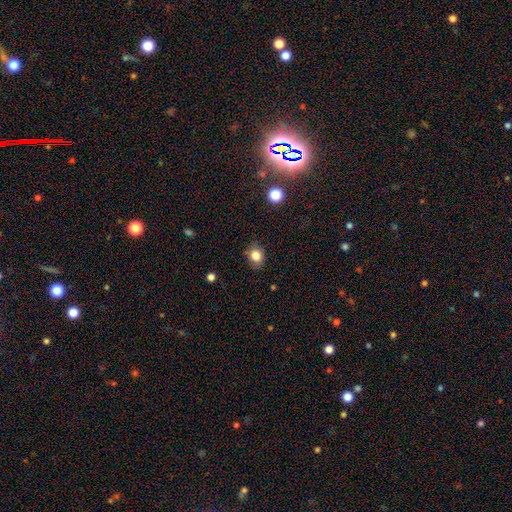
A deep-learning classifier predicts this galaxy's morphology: smooth_or_featured: smooth (p=0.82) [alt: star or artifact p=0.11]
how_rounded: round (p=0.60) [alt: in between p=0.39]
merging: none (p=0.84) [alt: minor disturbance p=0.12]